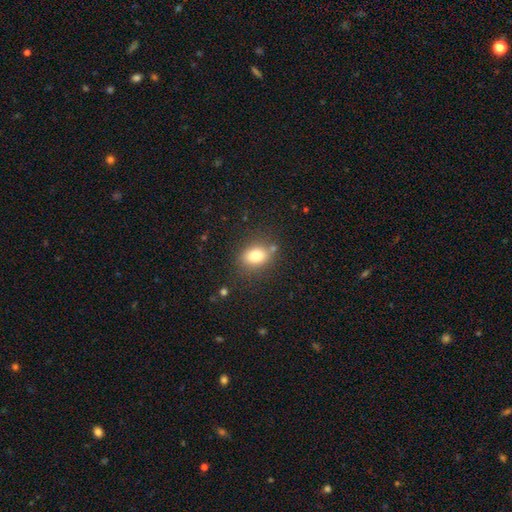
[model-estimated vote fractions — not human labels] Q: Smooth or featured?
A: smooth (82%); runner-up: star or artifact (10%)
Q: How rounded?
A: in between (77%); runner-up: round (21%)
Q: Merging?
A: none (76%); runner-up: minor disturbance (14%)